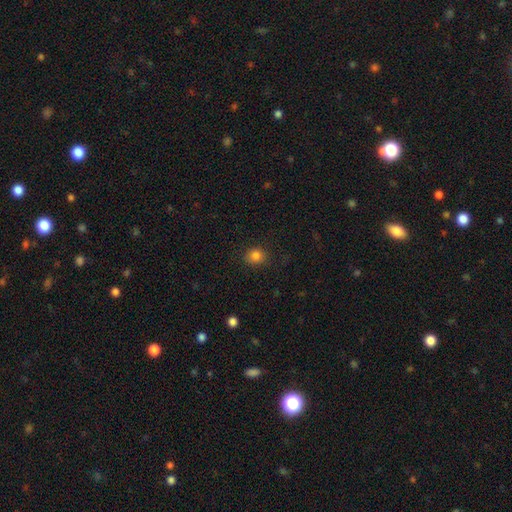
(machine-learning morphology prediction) Smooth or featured: smooth — 83% (star or artifact — 12%)
How rounded: round — 77% (in between — 22%)
Merging: none — 87% (minor disturbance — 9%)